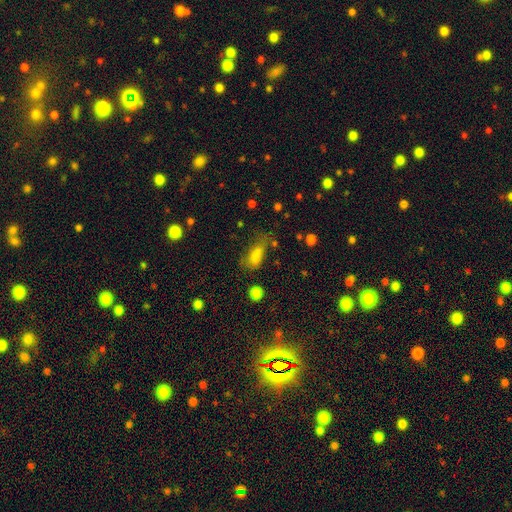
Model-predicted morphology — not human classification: A smooth galaxy with no disk features (73%) that is in between round and cigar-shaped (78%).

Vote fractions:
- Smooth or featured? smooth: 73% / star or artifact: 14% / featured or disk: 13%
- How rounded? in between: 78% / cigar-shaped: 14% / round: 8%
- Merging? none: 44% / minor disturbance: 27% / major disturbance: 22% / merger: 8%